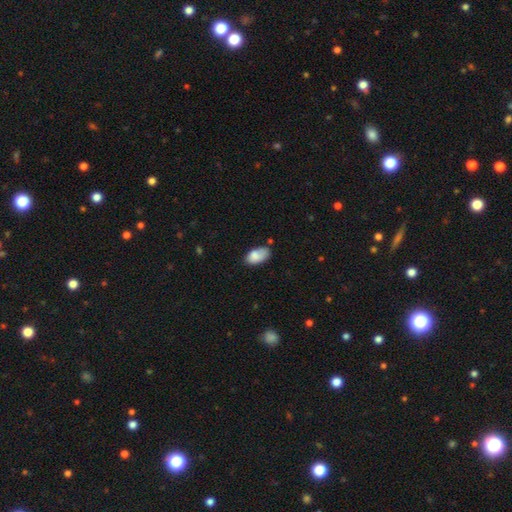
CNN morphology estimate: type=smooth (83%); roundness=in between (94%); merging=none (58%).